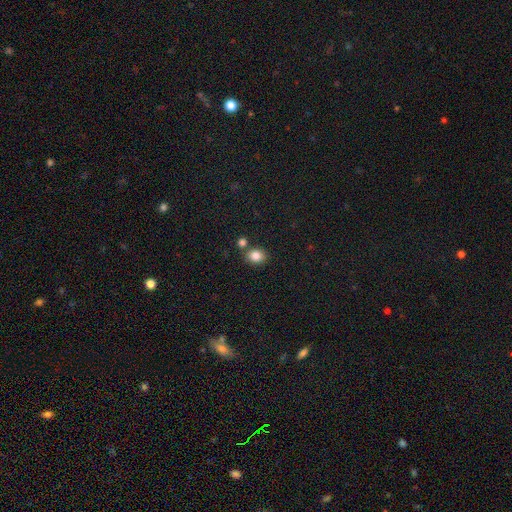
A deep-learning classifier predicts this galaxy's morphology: Smooth or featured? smooth (83%)
How rounded? round (54%)
Merging? none (74%)